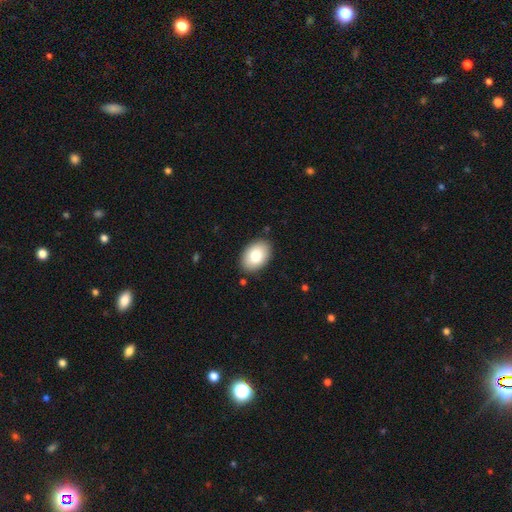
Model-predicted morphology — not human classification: Smooth or featured? smooth (80%)
How rounded? in between (88%)
Merging? none (88%)